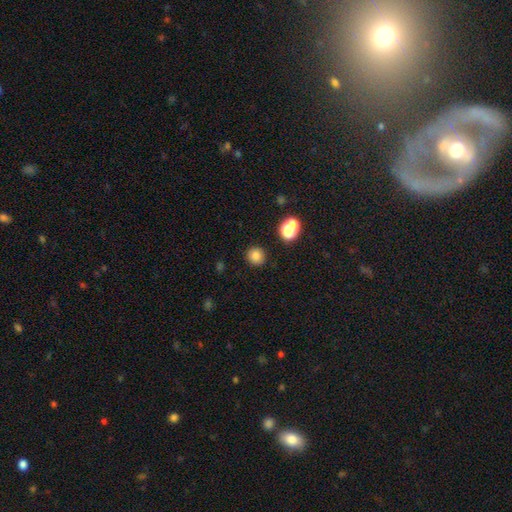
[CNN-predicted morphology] This appears to be a smooth galaxy with no disk features (81%) that is round (90%). Merging: none (87%).